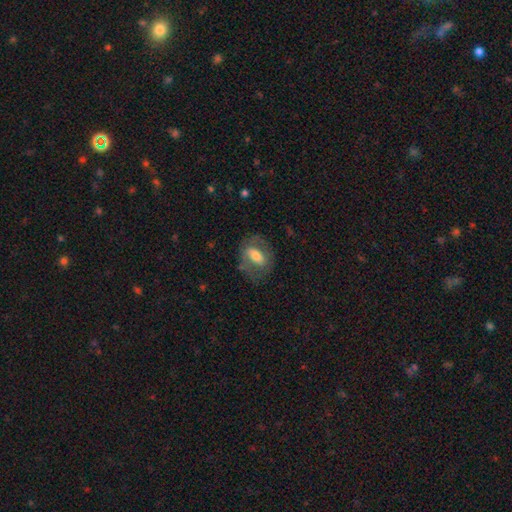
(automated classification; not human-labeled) This appears to be a smooth galaxy with no disk features (50%) that is in between round and cigar-shaped (77%). Merging: none (66%).